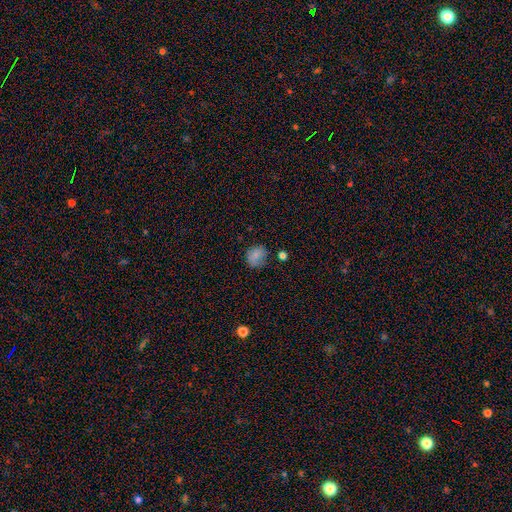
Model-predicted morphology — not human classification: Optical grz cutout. It shows a smooth galaxy with no disk features (80%) that is round (72%). Merging: none (69%).